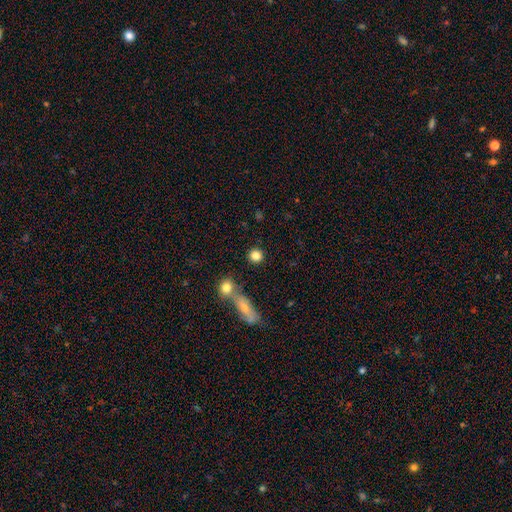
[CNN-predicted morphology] This appears to be a smooth galaxy with no disk features (82%) that is round (89%). Merging: none (81%).